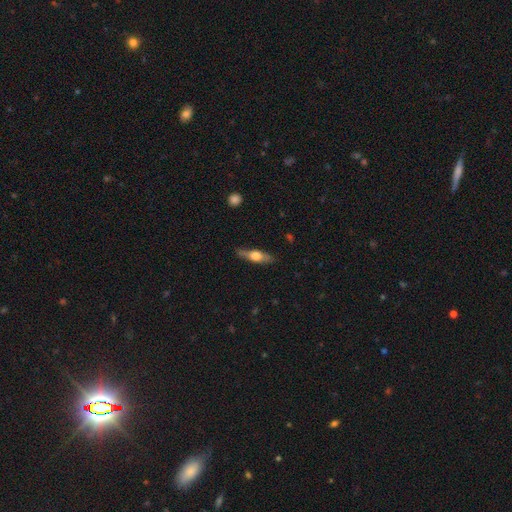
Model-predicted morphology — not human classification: smooth 47% (tied), featured or disk 47% (tied), star or artifact 6%. Down the decision tree: merging — none (79%).